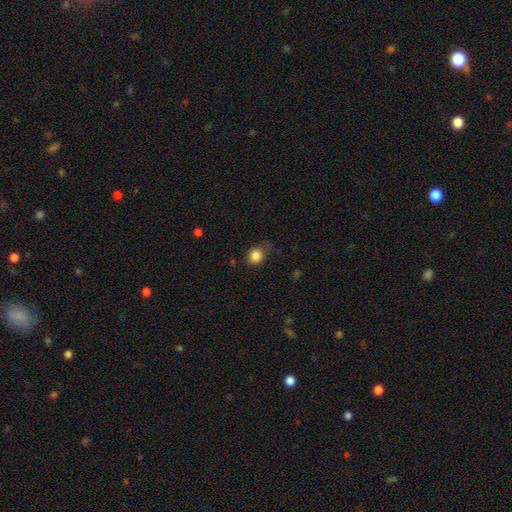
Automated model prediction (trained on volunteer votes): Smooth or featured: smooth — 85% (star or artifact — 11%)
How rounded: round — 71% (in between — 28%)
Merging: none — 72% (minor disturbance — 21%)